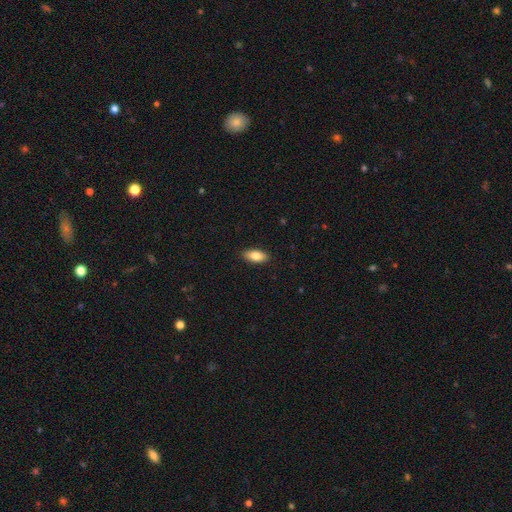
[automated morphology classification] Smooth or featured? Predicted: smooth (p=0.82). How rounded? Predicted: in between (p=0.86). Merging? Predicted: none (p=0.89).